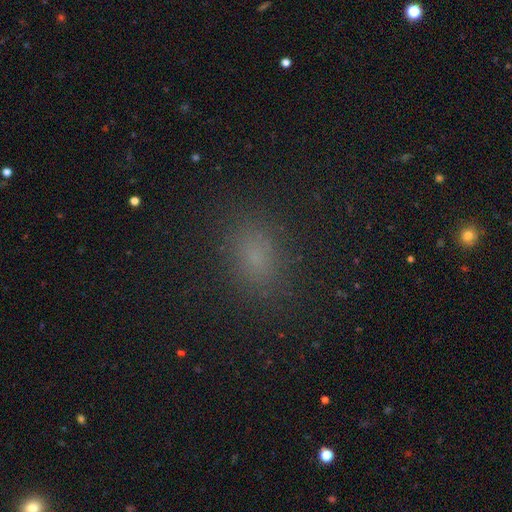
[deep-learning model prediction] Overall: smooth (74%). How rounded: in between (76%). Merging: none (84%).